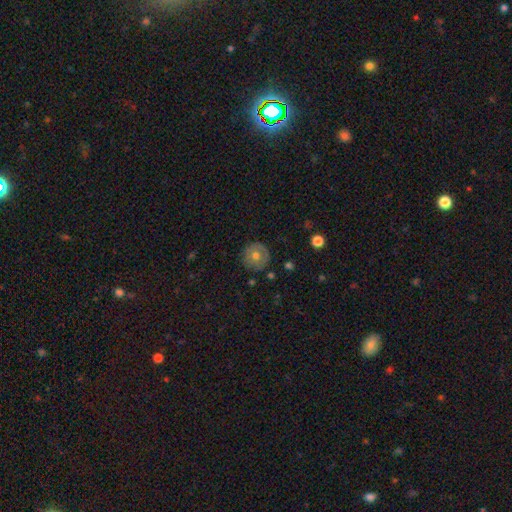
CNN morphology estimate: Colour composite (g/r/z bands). It shows a smooth galaxy with no disk features (61%) that is round (95%). Merging: none (87%).